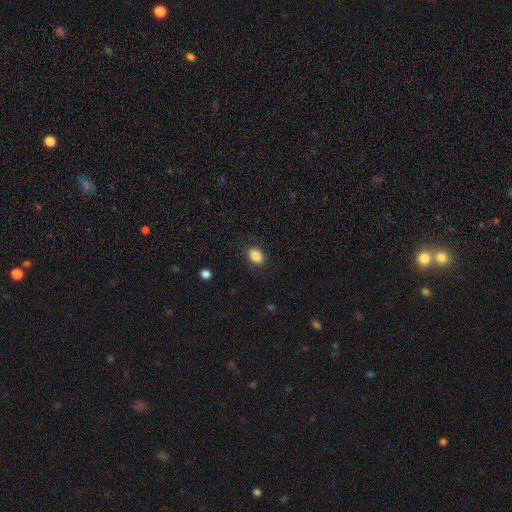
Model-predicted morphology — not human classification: This appears to be a smooth galaxy with no disk features (86%) that is in between round and cigar-shaped (80%). Merging: none (84%).